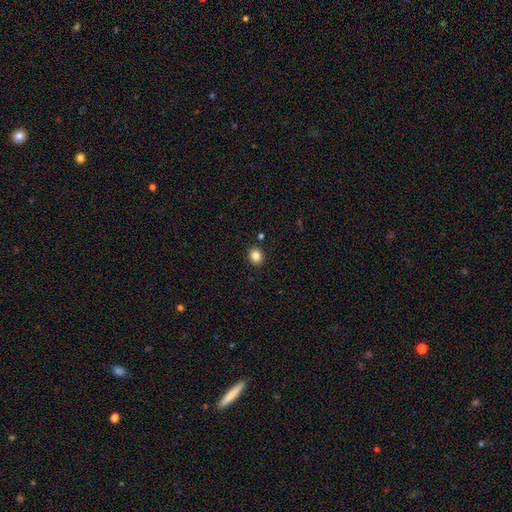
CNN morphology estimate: A smooth galaxy with no disk features (85%) that is round (67%). Merging: none (90%).